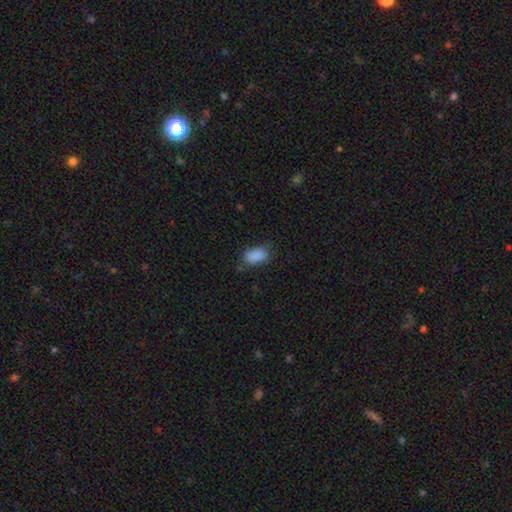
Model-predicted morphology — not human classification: This appears to be a smooth galaxy with no disk features (87%) that is in between round and cigar-shaped (91%). Merging: none (70%).